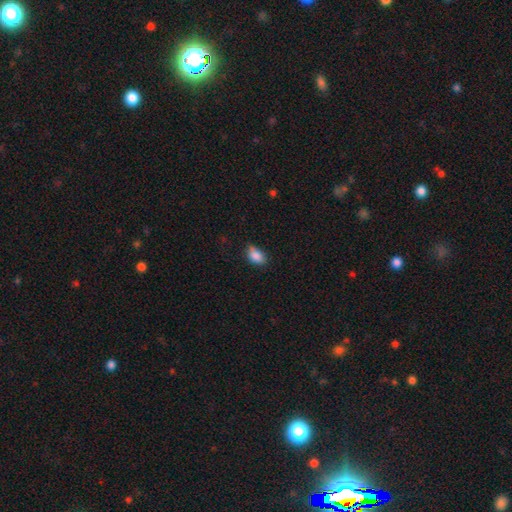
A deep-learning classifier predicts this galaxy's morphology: A smooth galaxy with no disk features (86%) that is in between round and cigar-shaped (87%).

Vote fractions:
- Smooth or featured? smooth: 86% / star or artifact: 8% / featured or disk: 6%
- How rounded? in between: 87% / round: 11% / cigar-shaped: 2%
- Merging? none: 69% / minor disturbance: 26% / major disturbance: 4% / merger: 2%